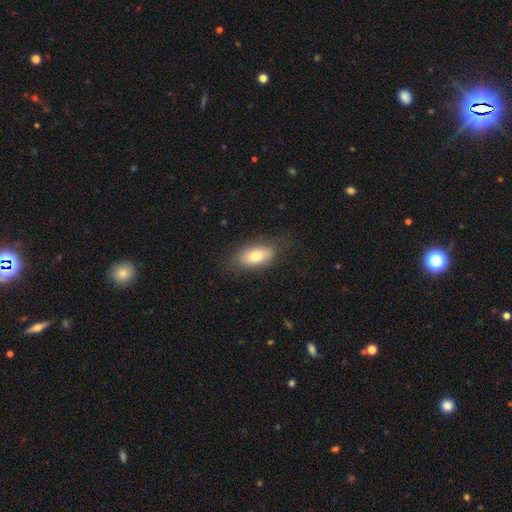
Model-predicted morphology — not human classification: Smooth or featured?
  - smooth: 74% *
  - featured or disk: 19%
  - star or artifact: 8%
How rounded?
  - in between: 89% *
  - cigar-shaped: 6%
  - round: 5%
Merging?
  - none: 77% *
  - minor disturbance: 16%
  - major disturbance: 5%
  - merger: 1%